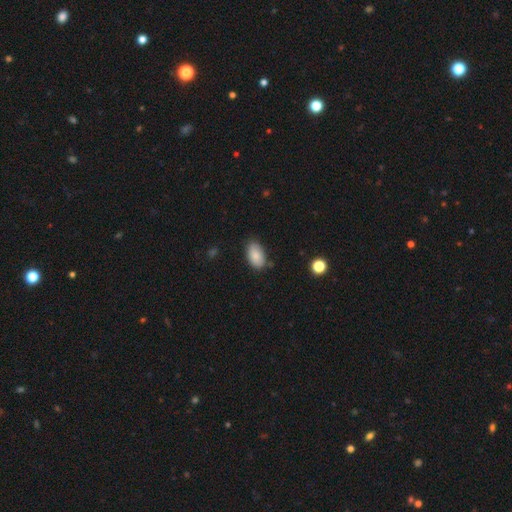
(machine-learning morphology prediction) A smooth galaxy with no disk features (85%) that is in between round and cigar-shaped (93%). Merging: none (75%).